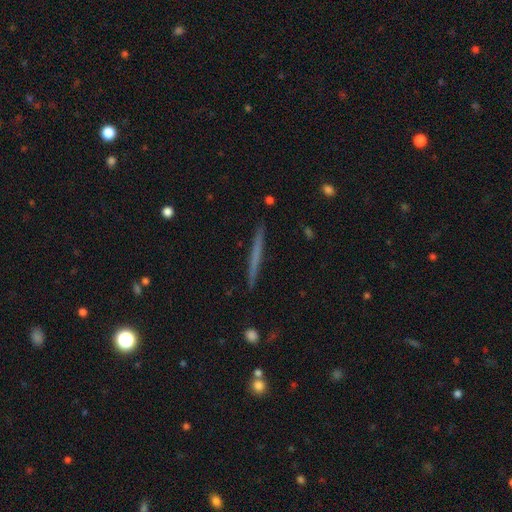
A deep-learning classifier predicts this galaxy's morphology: A smooth galaxy with no disk features (50%). Merging: none (92%).